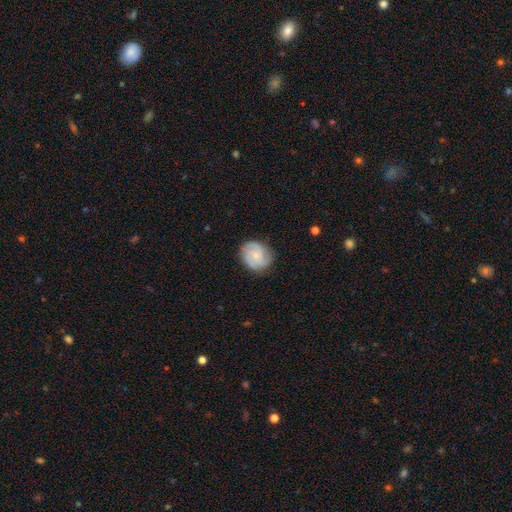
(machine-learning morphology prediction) The model was most divided on "spiral winding": tight: 56%, medium: 37%, loose: 8%. Remaining: edge-on disk — no (98%); spiral arms — yes (96%); merging — none (80%); smooth or featured — featured or disk (74%); bar — no (69%); bulge size — small (69%); spiral arm count — 3 (49%).